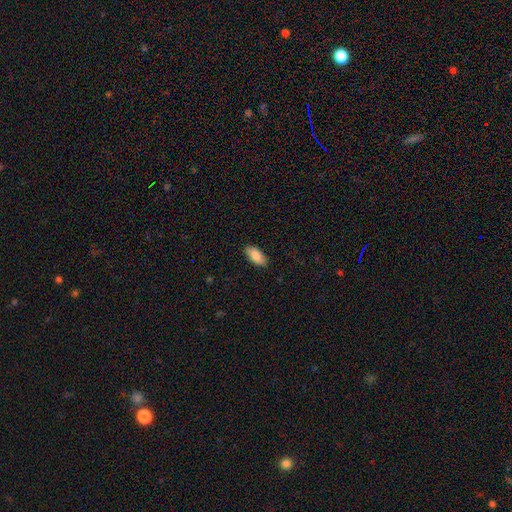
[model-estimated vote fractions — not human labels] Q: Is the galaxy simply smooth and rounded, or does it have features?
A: smooth — 87%.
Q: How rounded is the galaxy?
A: in between — 90%.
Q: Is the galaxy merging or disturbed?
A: none — 88%.